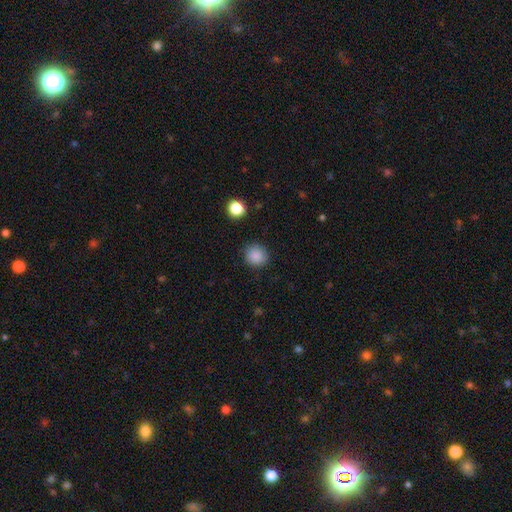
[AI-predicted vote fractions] Smooth or featured? Predicted: smooth (p=0.87). How rounded? Predicted: round (p=0.89). Merging? Predicted: none (p=0.88).